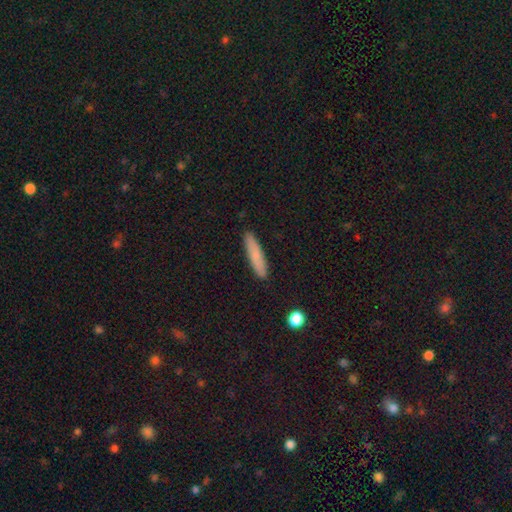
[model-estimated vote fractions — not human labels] smooth 79%, featured or disk 14%, star or artifact 7%. Down the decision tree: how rounded — cigar-shaped (85%); merging — none (90%).